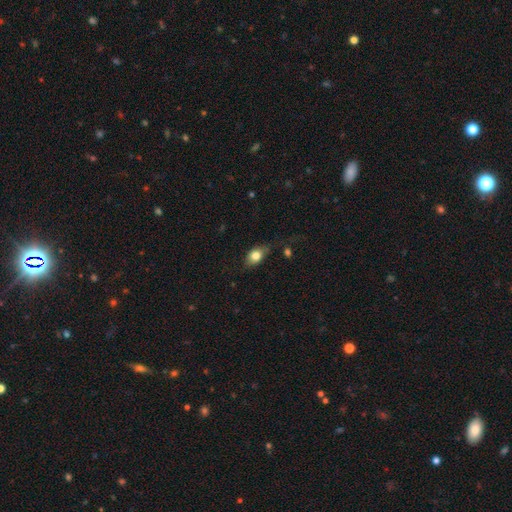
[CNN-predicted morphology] Smooth or featured? Predicted: smooth (p=0.77). How rounded? Predicted: in between (p=0.76). Merging? Predicted: none (p=0.62).